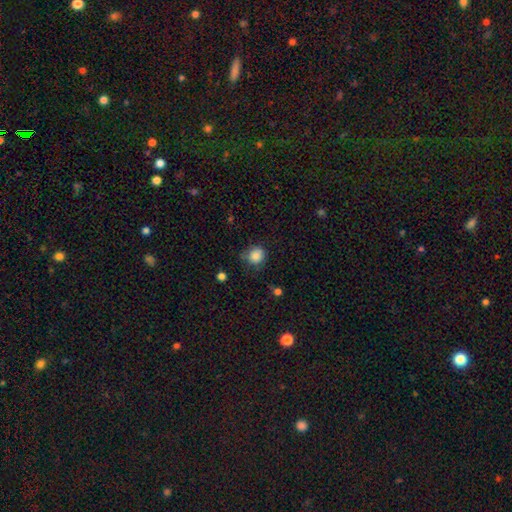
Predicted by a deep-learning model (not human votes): Q: Smooth or featured?
A: smooth (84%); runner-up: star or artifact (10%)
Q: How rounded?
A: round (84%); runner-up: in between (15%)
Q: Merging?
A: none (68%); runner-up: minor disturbance (24%)